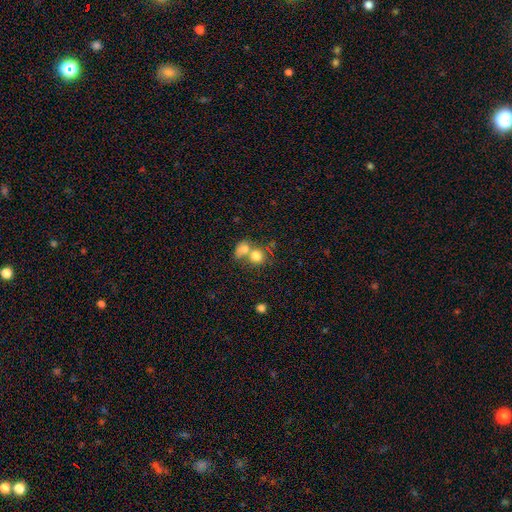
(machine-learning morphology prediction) Smooth or featured?
  - smooth: 76% *
  - featured or disk: 13%
  - star or artifact: 10%
How rounded?
  - round: 75% *
  - in between: 24%
  - cigar-shaped: 1%
Merging?
  - merger: 57% *
  - none: 31%
  - minor disturbance: 7%
  - major disturbance: 4%